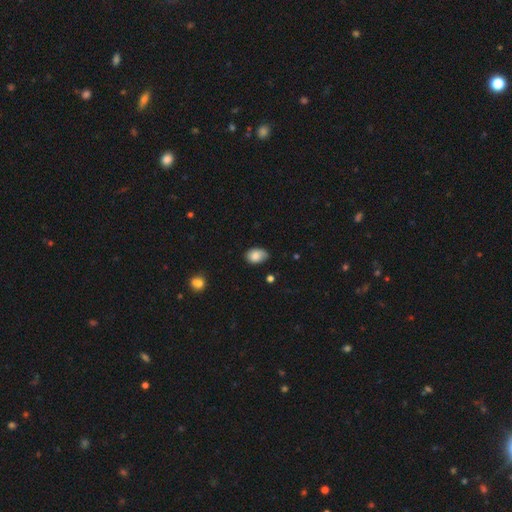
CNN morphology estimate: Q: Smooth or featured?
A: smooth (85%); runner-up: star or artifact (8%)
Q: How rounded?
A: in between (79%); runner-up: round (20%)
Q: Merging?
A: none (64%); runner-up: minor disturbance (29%)